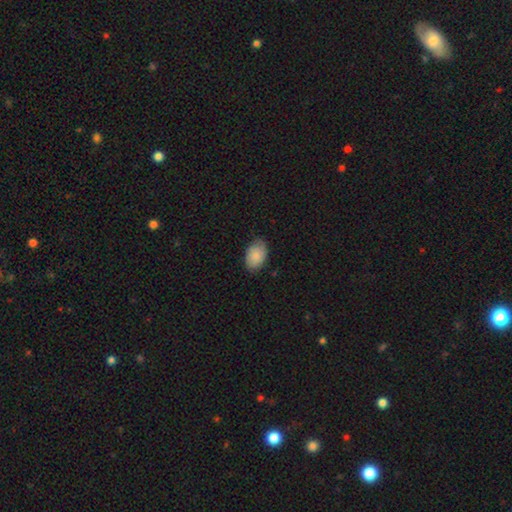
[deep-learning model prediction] Morphology: type=smooth (88%); roundness=in between (88%); merging=none (78%).